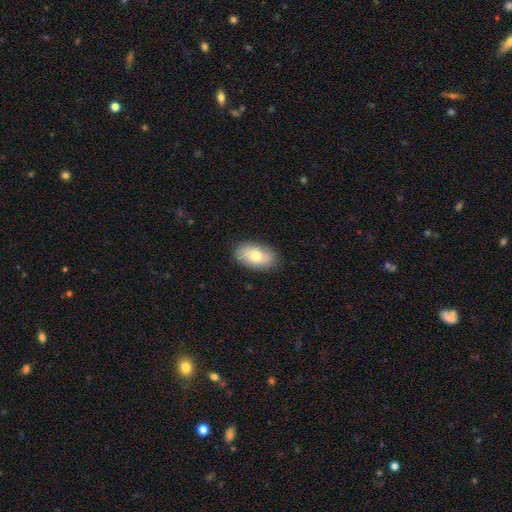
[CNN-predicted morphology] Q: Smooth or featured?
A: smooth (74%); runner-up: featured or disk (19%)
Q: How rounded?
A: in between (92%); runner-up: round (5%)
Q: Merging?
A: none (86%); runner-up: minor disturbance (10%)